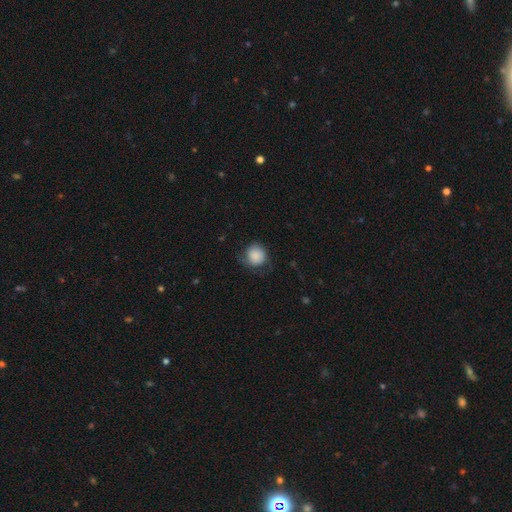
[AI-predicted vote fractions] Smooth or featured: smooth — 81% (featured or disk — 12%)
How rounded: round — 87% (in between — 12%)
Merging: none — 61% (minor disturbance — 25%)